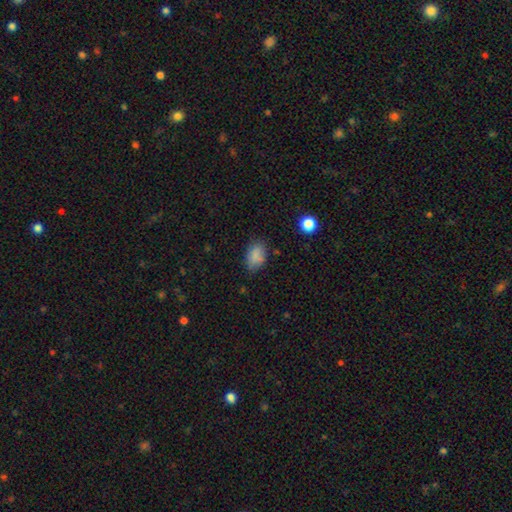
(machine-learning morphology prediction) Smooth or featured? Predicted: smooth (p=0.82). How rounded? Predicted: in between (p=0.88). Merging? Predicted: none (p=0.71).